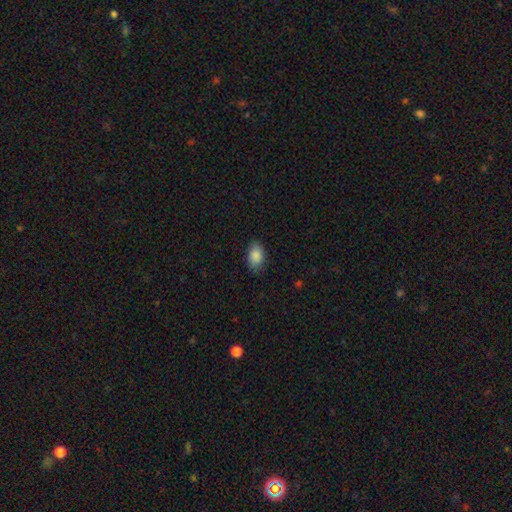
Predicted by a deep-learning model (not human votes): A smooth galaxy with no disk features (88%) that is in between round and cigar-shaped (87%). Merging: none (81%).